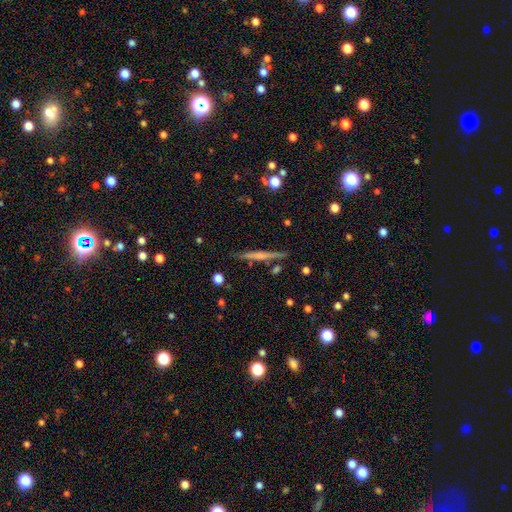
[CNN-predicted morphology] Smooth or featured? featured or disk (61%)
Edge-on disk? yes (97%)
Edge-on bulge? none (58%)
Merging? none (89%)